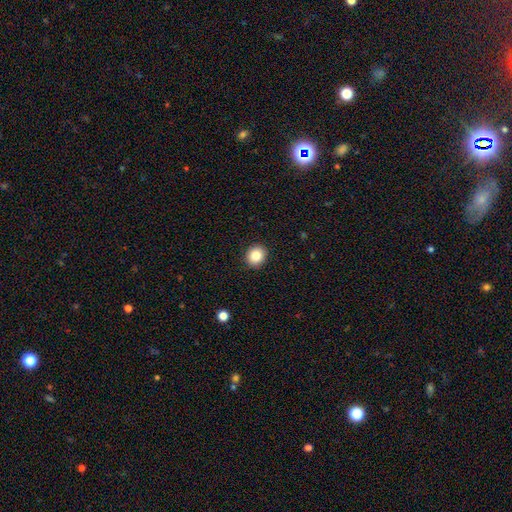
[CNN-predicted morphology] smooth-or-featured: smooth: 84% | star or artifact: 10% | featured or disk: 6%
  how-rounded: round: 80% | in between: 19% | cigar-shaped: 1%
  merging: none: 92% | minor disturbance: 6% | major disturbance: 2% | merger: 1%